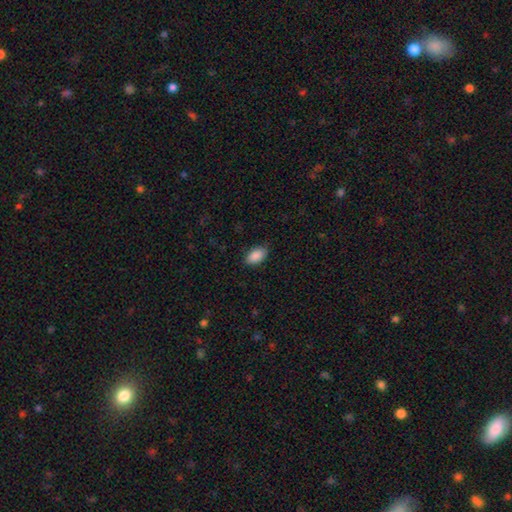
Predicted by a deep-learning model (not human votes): A smooth galaxy with no disk features (90%) that is in between round and cigar-shaped (94%). Merging: none (84%).